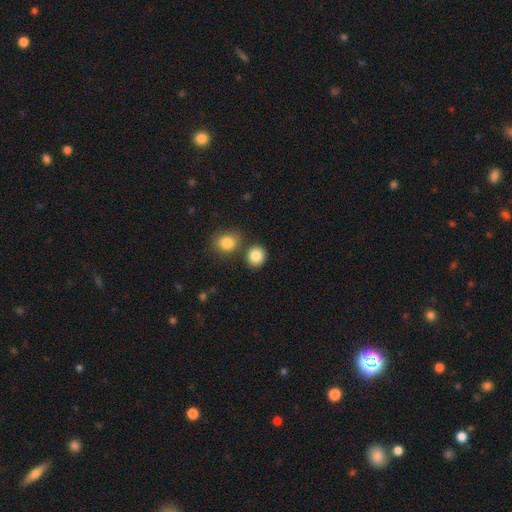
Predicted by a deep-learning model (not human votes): The model was most divided on "how rounded": round: 78%, in between: 21%, cigar-shaped: 1%. More confident: smooth or featured — smooth (86%); merging — none (74%).